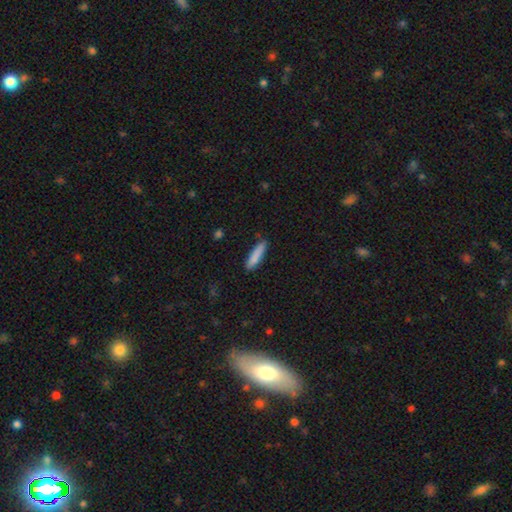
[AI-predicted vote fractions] Smooth or featured? smooth (86%)
How rounded? cigar-shaped (82%)
Merging? none (82%)